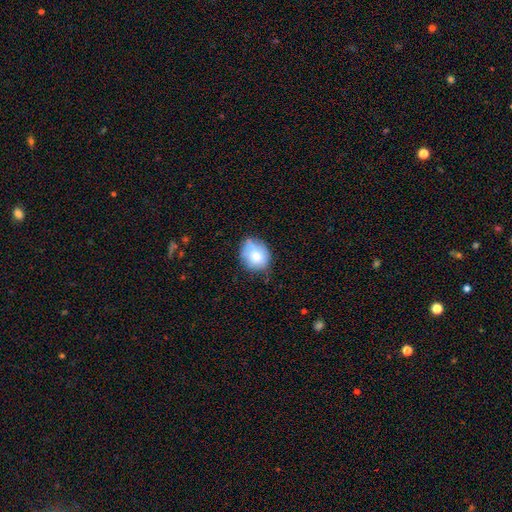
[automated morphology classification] smooth-or-featured: smooth: 75% | featured or disk: 17% | star or artifact: 8%
  how-rounded: round: 51% | in between: 48% | cigar-shaped: 1%
  merging: none: 59% | minor disturbance: 31% | major disturbance: 7% | merger: 3%